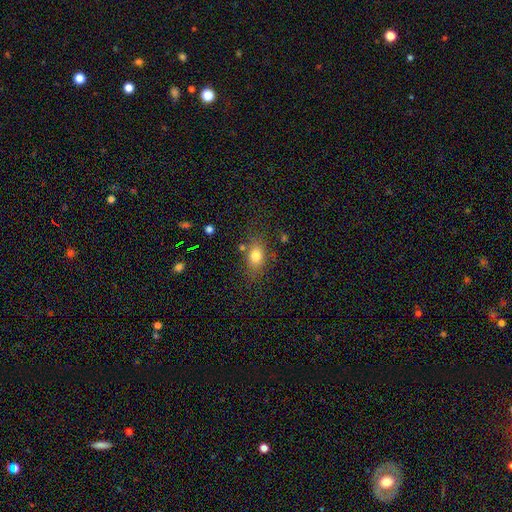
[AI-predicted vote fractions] Smooth or featured: smooth — 79% (featured or disk — 11%)
How rounded: in between — 75% (round — 22%)
Merging: none — 73% (minor disturbance — 16%)